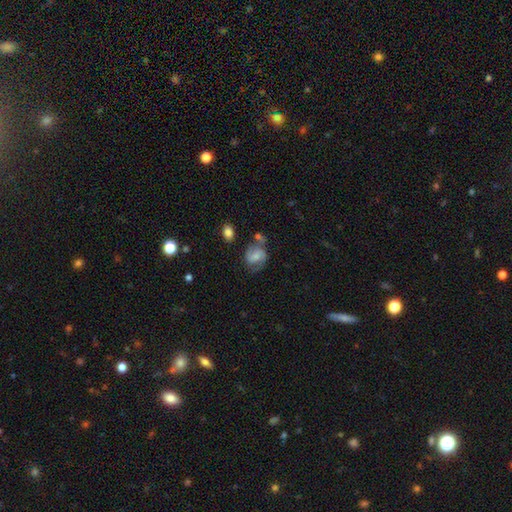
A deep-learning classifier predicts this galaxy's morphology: Q: Smooth or featured?
A: featured or disk (62%); runner-up: smooth (30%)
Q: Edge-on disk?
A: no (97%); runner-up: yes (3%)
Q: Bar?
A: weak (42%); tied with: no (42%)
Q: Spiral arms?
A: yes (89%); runner-up: no (11%)
Q: Spiral winding?
A: medium (52%); runner-up: loose (25%)
Q: Spiral arm count?
A: 2 (86%); runner-up: can't tell (7%)
Q: Bulge size?
A: small (41%); runner-up: moderate (39%)
Q: Merging?
A: none (58%); runner-up: minor disturbance (21%)